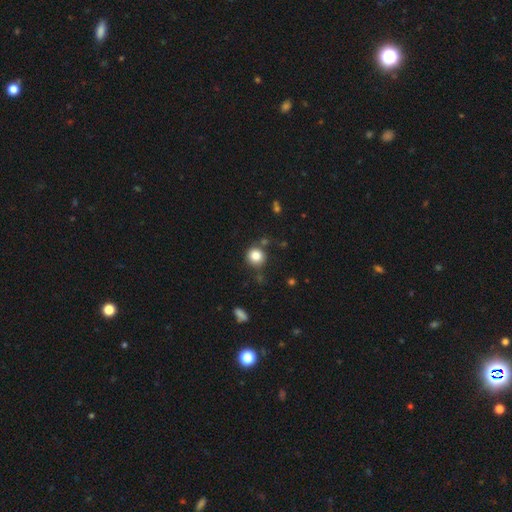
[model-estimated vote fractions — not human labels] smooth-or-featured: smooth: 84% | star or artifact: 11% | featured or disk: 5%
  how-rounded: round: 91% | in between: 9% | cigar-shaped: 1%
  merging: none: 80% | minor disturbance: 10% | merger: 6% | major disturbance: 3%